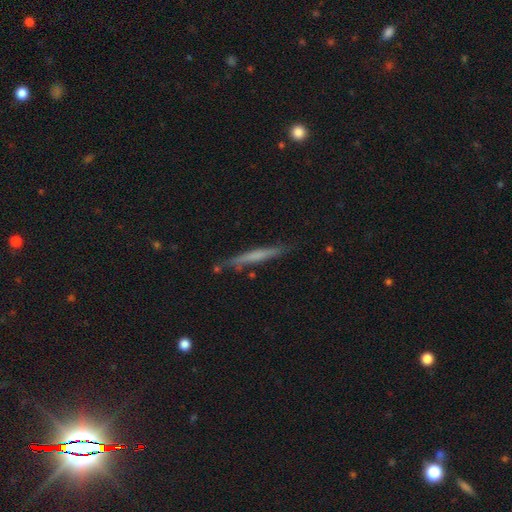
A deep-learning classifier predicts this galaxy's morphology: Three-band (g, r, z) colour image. It shows a smooth galaxy with no disk features (55%) that is cigar-shaped (95%). Merging: none (80%).